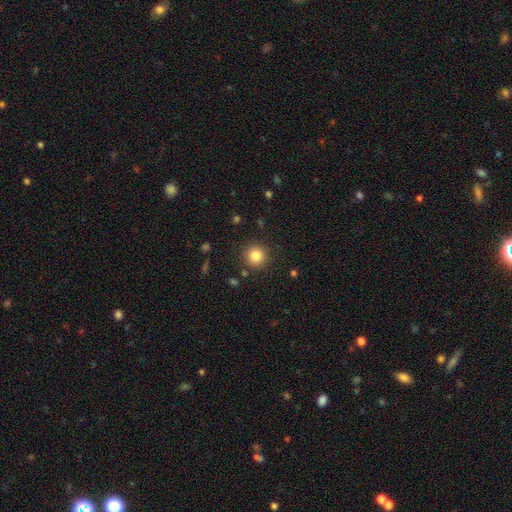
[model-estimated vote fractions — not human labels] This appears to be a smooth galaxy with no disk features (84%) that is round (94%). Merging: none (89%).